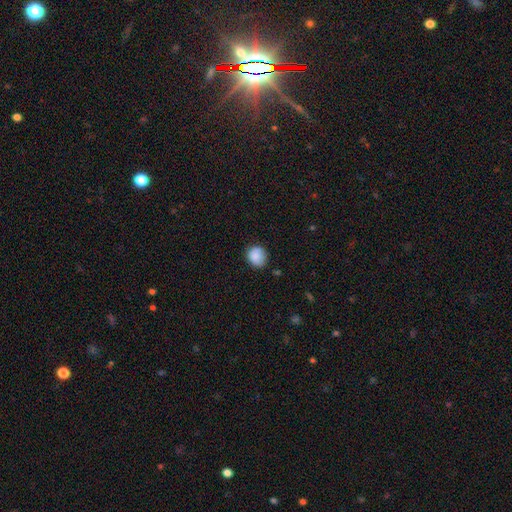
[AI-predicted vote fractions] A smooth galaxy with no disk features (86%) that is round (71%). Merging: none (69%).